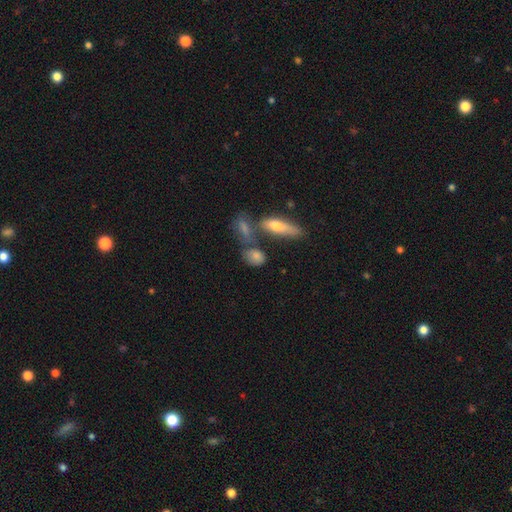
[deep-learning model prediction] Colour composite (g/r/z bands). It shows a smooth galaxy with no disk features (72%) that is in between round and cigar-shaped (60%). Merging: none (49%).